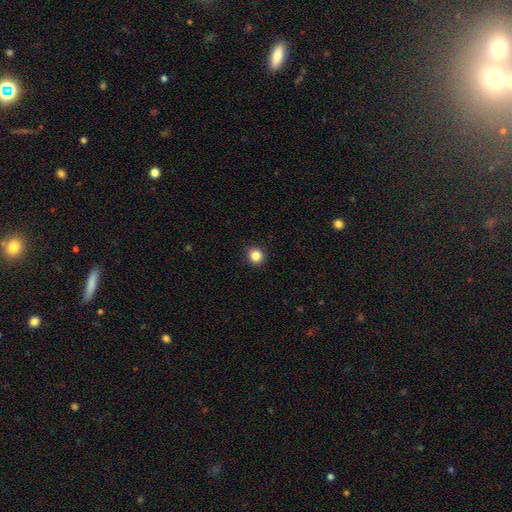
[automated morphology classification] smooth 85%, star or artifact 11%, featured or disk 4%. Down the decision tree: how rounded — round (92%); merging — none (91%).